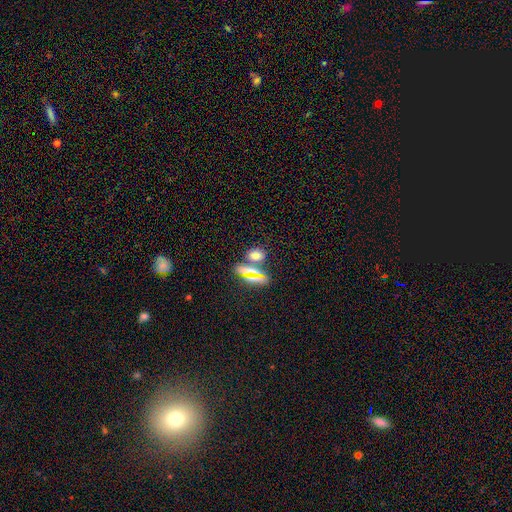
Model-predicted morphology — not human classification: A smooth galaxy with no disk features (67%) that is in between round and cigar-shaped (69%). Merging: none (62%).